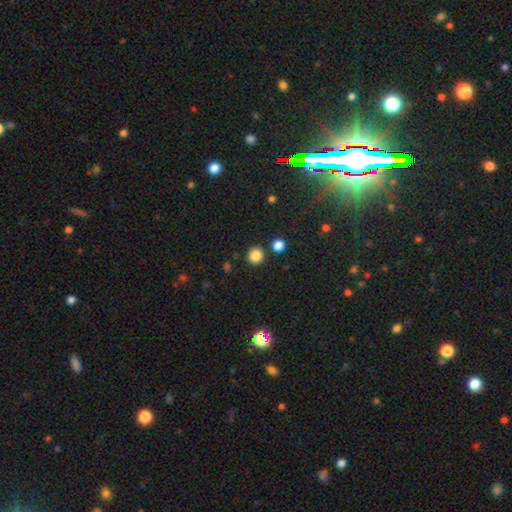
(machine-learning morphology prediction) Smooth or featured? Predicted: smooth (p=0.85). How rounded? Predicted: round (p=0.94). Merging? Predicted: none (p=0.88).